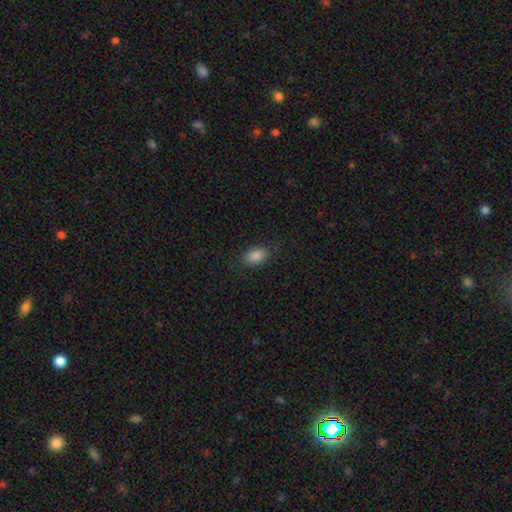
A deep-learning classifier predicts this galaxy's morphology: type=smooth (87%); roundness=in between (88%); merging=none (84%).